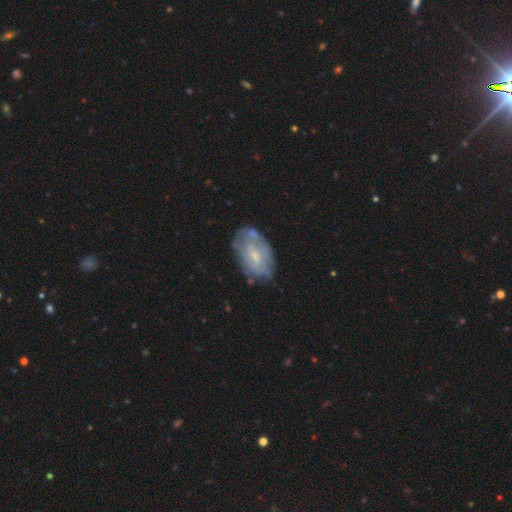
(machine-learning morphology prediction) A featured or disk galaxy (61%) with no bar (54%), spiral arms (52%) and a small central bulge (60%).

Vote fractions:
- Smooth or featured? featured or disk: 61% / smooth: 31% / star or artifact: 7%
- Edge-on disk? no: 94% / yes: 6%
- Bar? no: 54% / weak: 38% / strong: 8%
- Spiral arms? yes: 52% / no: 48%
- Bulge size? small: 60% / moderate: 29% / none: 8% / large: 2% / dominant: 1%
- Merging? none: 63% / minor disturbance: 24% / major disturbance: 9% / merger: 4%